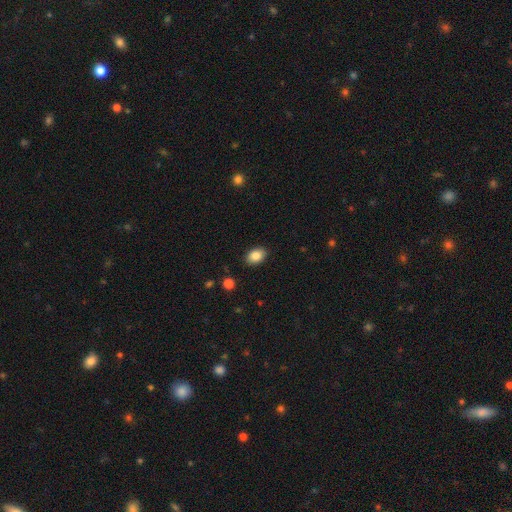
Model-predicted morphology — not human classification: The model was most divided on "how rounded": in between: 82%, round: 17%, cigar-shaped: 1%. More confident: merging — none (88%); smooth or featured — smooth (87%).